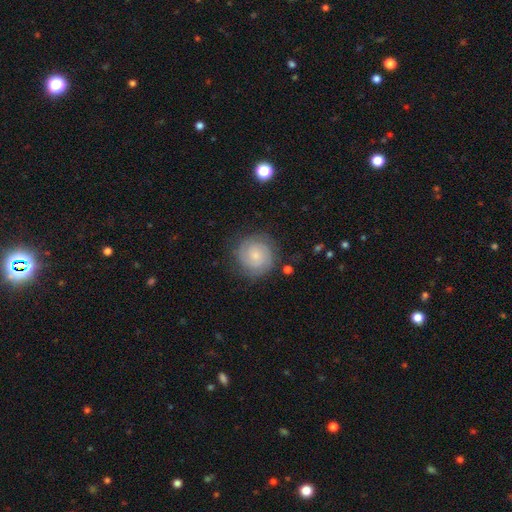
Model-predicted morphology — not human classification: This is possibly a featured or disk galaxy (60%). It is clearly not viewed edge-on (98%). Bar: likely no (74%). Spiral arm pattern: clearly yes (91%). Spiral arm count: possibly 2 (56%). Spiral winding: likely tight (74%). Central bulge: likely small (69%). Merging: clearly none (81%).